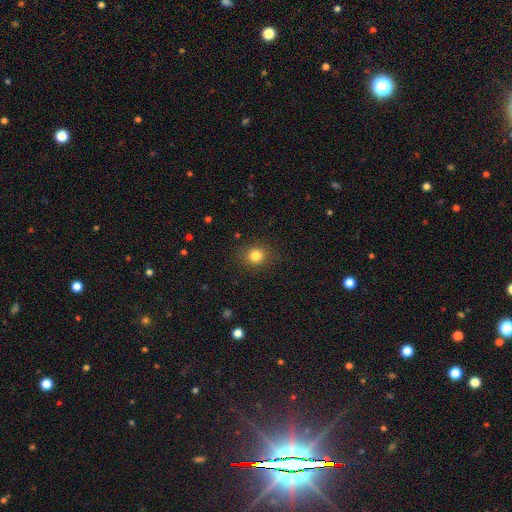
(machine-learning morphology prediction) smooth 82%, star or artifact 12%, featured or disk 5%. Down the decision tree: how rounded — round (81%); merging — none (88%).